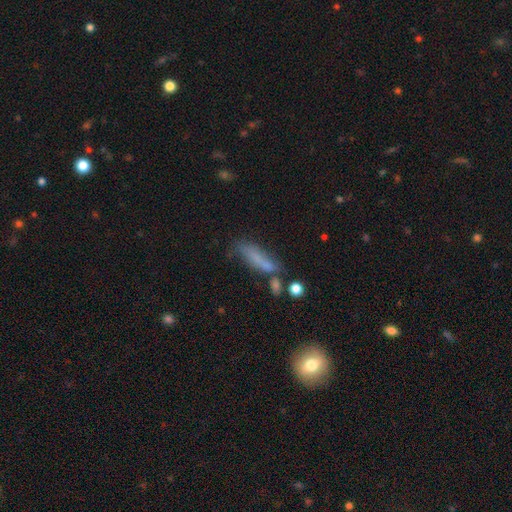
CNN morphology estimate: Q: Smooth or featured?
A: smooth (62%); runner-up: featured or disk (24%)
Q: How rounded?
A: cigar-shaped (71%); runner-up: in between (26%)
Q: Merging?
A: none (53%); runner-up: minor disturbance (23%)